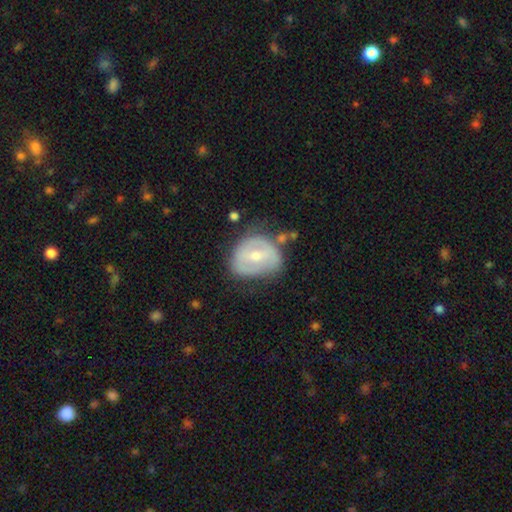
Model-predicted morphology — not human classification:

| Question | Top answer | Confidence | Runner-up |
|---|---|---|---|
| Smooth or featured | featured or disk | 58% | smooth (35%) |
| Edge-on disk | no | 96% | yes (4%) |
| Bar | weak | 45% | no (32%) |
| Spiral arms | yes | 50% | tied: no (50%) |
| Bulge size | moderate | 51% | small (45%) |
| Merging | none | 50% | minor disturbance (32%) |